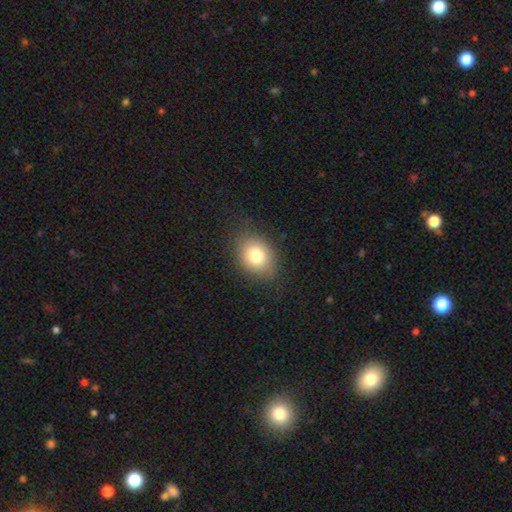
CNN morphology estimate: Q: Smooth or featured?
A: smooth (78%); runner-up: featured or disk (11%)
Q: How rounded?
A: in between (58%); runner-up: round (41%)
Q: Merging?
A: none (80%); runner-up: minor disturbance (15%)